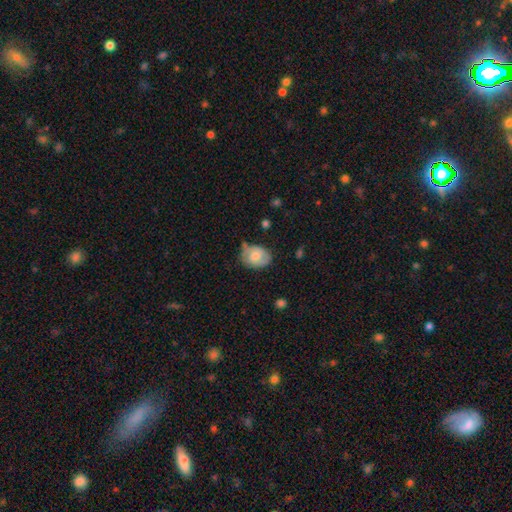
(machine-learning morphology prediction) Smooth or featured: smooth — 61% (featured or disk — 33%)
How rounded: in between — 67% (round — 32%)
Merging: none — 59% (minor disturbance — 29%)